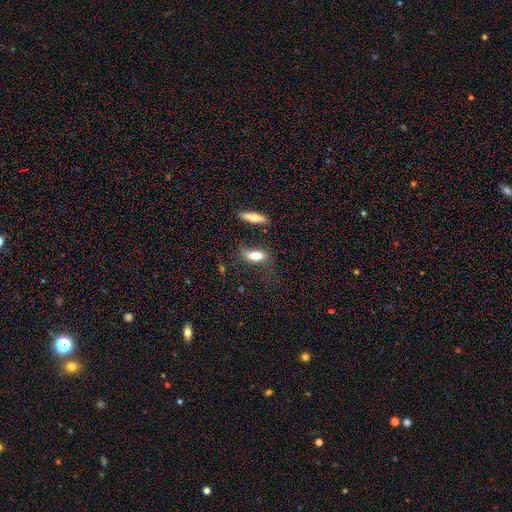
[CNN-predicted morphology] type=smooth (74%); roundness=in between (75%); merging=none (57%).